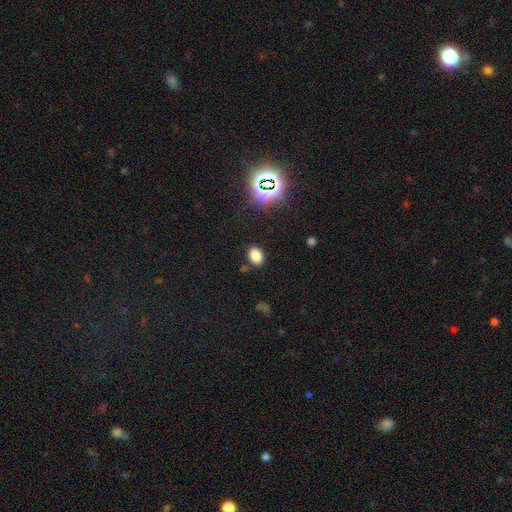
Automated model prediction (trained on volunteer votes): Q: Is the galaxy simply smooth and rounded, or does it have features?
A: smooth — 79%.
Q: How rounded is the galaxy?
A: in between — 75%.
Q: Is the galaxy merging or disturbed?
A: none — 84%.